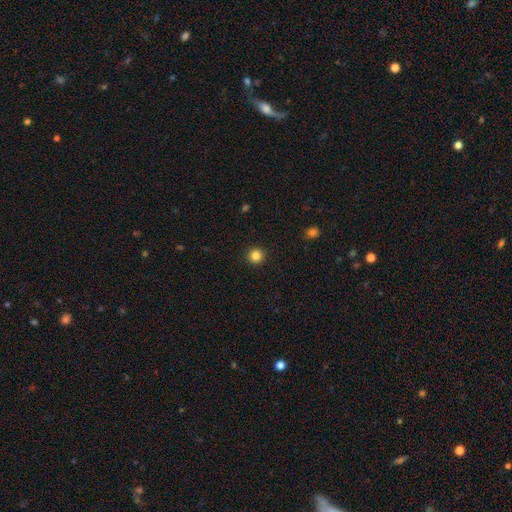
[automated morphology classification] Q: Smooth or featured?
A: smooth (84%); runner-up: star or artifact (12%)
Q: How rounded?
A: round (95%); runner-up: in between (4%)
Q: Merging?
A: none (93%); runner-up: minor disturbance (4%)